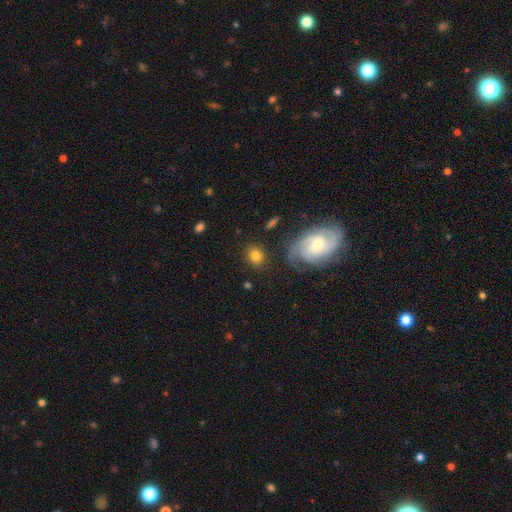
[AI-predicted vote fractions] Overall: smooth (73%). How rounded: round (66%; in between 32%). Merging: none (79%).